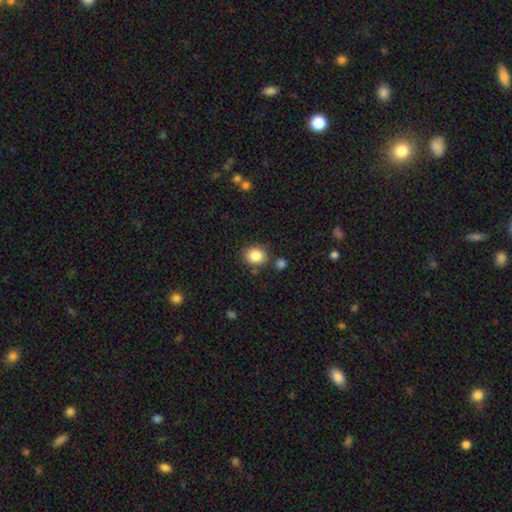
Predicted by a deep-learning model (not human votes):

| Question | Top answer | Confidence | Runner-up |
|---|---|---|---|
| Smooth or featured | smooth | 86% | star or artifact (10%) |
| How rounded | round | 71% | in between (28%) |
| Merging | none | 79% | minor disturbance (11%) |